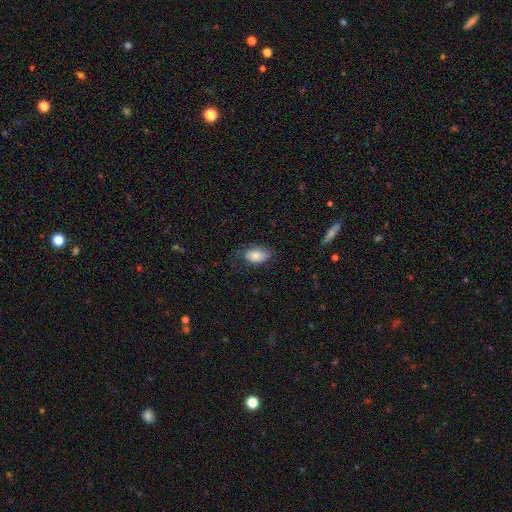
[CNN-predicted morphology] smooth-or-featured: smooth: 82% | featured or disk: 11% | star or artifact: 8%
  how-rounded: in between: 91% | round: 7% | cigar-shaped: 2%
  merging: none: 63% | minor disturbance: 27% | major disturbance: 9% | merger: 1%